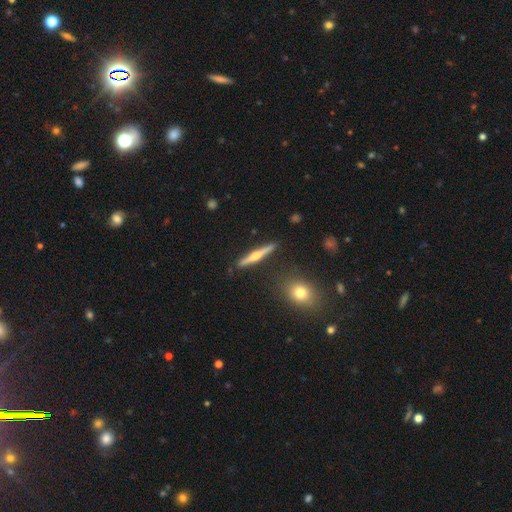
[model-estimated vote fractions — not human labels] Smooth or featured: featured or disk — 70% (smooth — 24%)
Edge-on disk: yes — 98% (no — 2%)
Edge-on bulge: rounded — 93% (none — 4%)
Merging: none — 89% (minor disturbance — 7%)